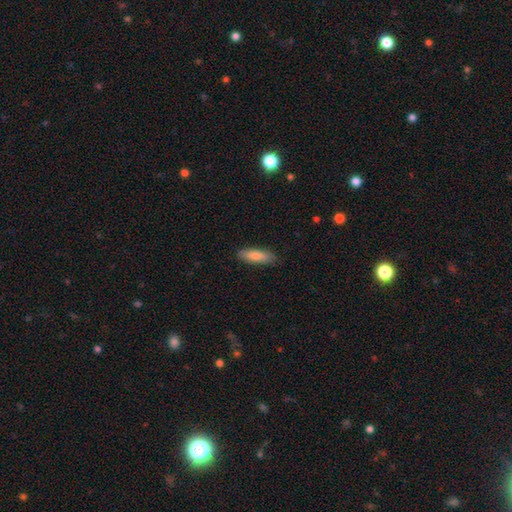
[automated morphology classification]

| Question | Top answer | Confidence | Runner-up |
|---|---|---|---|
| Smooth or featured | smooth | 81% | featured or disk (13%) |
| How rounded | in between | 50% | cigar-shaped (49%) |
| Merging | none | 84% | minor disturbance (13%) |